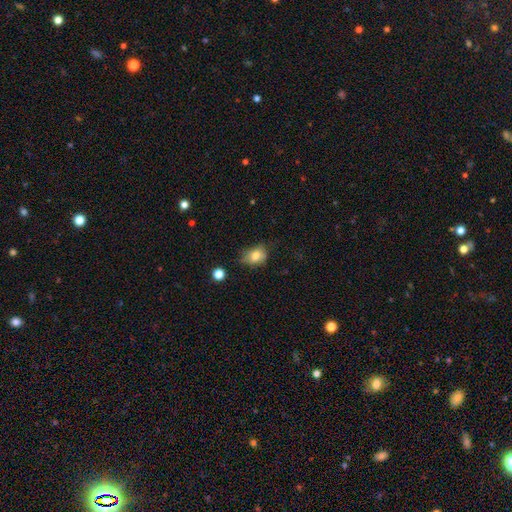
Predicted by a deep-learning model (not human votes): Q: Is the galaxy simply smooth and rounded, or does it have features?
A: smooth — 77%.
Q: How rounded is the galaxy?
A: in between — 62%.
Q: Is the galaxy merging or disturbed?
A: none — 47%.